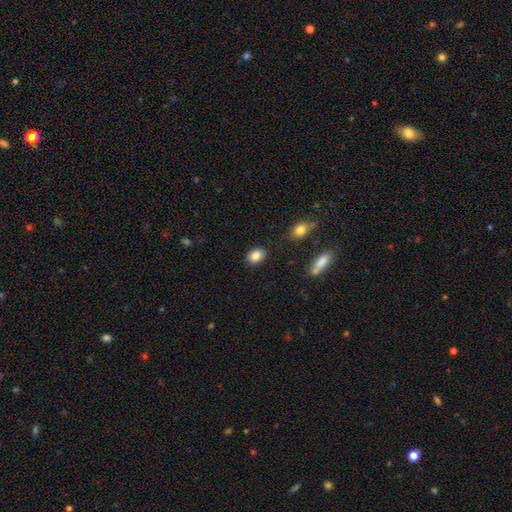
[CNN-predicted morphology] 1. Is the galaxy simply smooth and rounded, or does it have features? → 84% smooth, 9% star or artifact, 7% featured or disk.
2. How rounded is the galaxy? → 67% in between, 32% round, 1% cigar-shaped.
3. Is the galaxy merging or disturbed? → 86% none, 10% minor disturbance, 2% major disturbance, 2% merger.